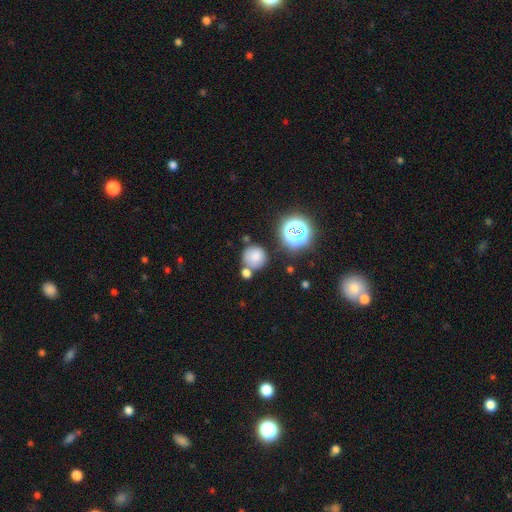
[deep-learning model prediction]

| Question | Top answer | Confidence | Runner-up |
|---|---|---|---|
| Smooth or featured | smooth | 76% | star or artifact (16%) |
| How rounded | round | 91% | in between (8%) |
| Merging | none | 68% | merger (14%) |